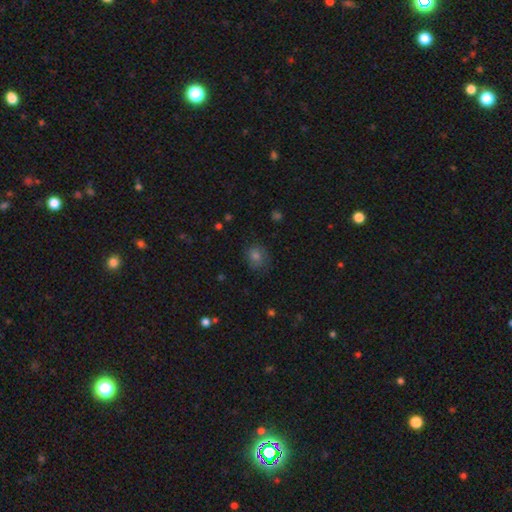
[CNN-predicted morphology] smooth_or_featured: smooth (p=0.72) [alt: star or artifact p=0.19]
how_rounded: round (p=0.73) [alt: in between p=0.26]
merging: none (p=0.79) [alt: minor disturbance p=0.15]